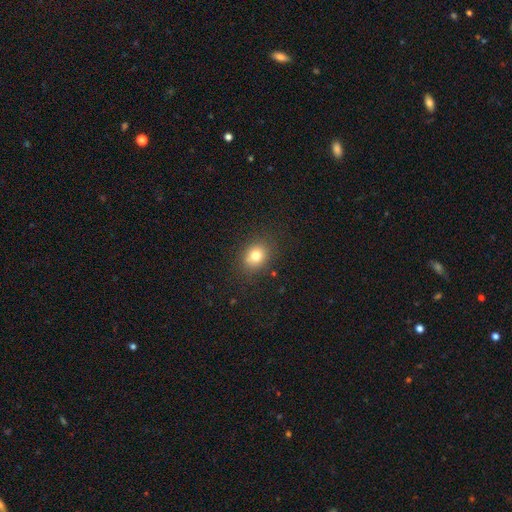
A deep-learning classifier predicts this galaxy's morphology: smooth 78%, star or artifact 12%, featured or disk 9%. Down the decision tree: how rounded — round (55%); merging — none (83%).